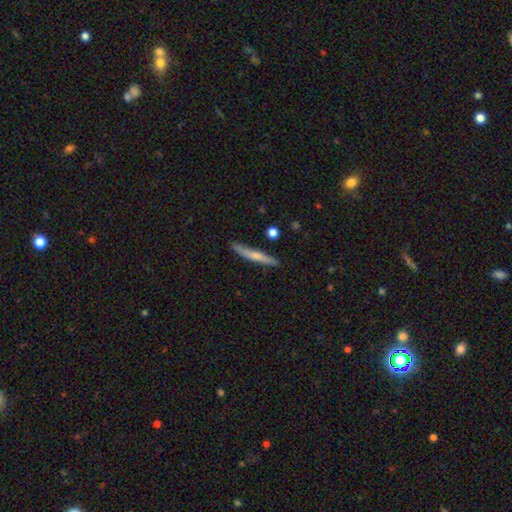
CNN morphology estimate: Overall: smooth (57%; featured or disk 38%). How rounded: cigar-shaped (94%). Merging: none (83%).